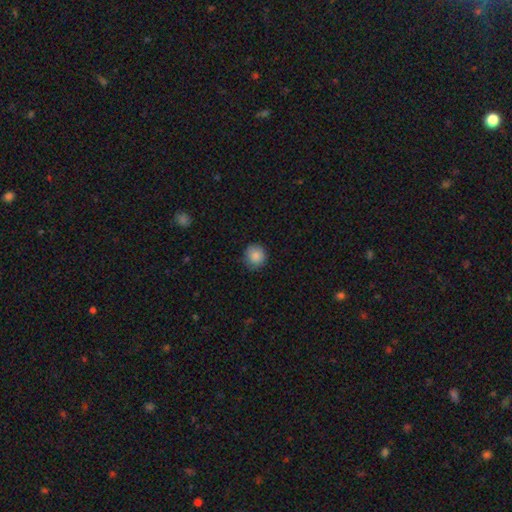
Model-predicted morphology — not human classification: type=smooth (87%); roundness=round (92%); merging=none (85%).